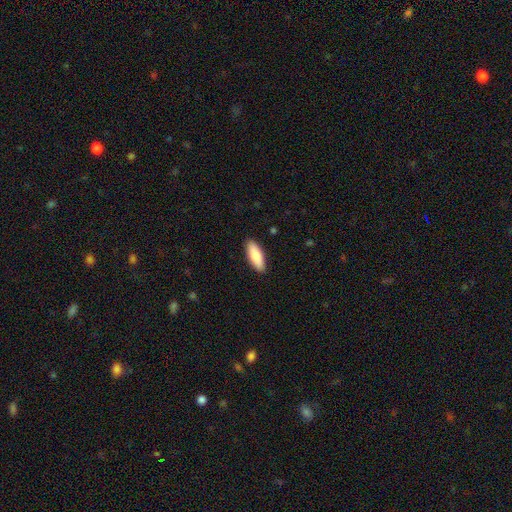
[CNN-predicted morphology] Smooth or featured?
  - smooth: 85% *
  - featured or disk: 9%
  - star or artifact: 5%
How rounded?
  - in between: 64% *
  - cigar-shaped: 35%
  - round: 2%
Merging?
  - none: 90% *
  - minor disturbance: 8%
  - major disturbance: 2%
  - merger: 1%